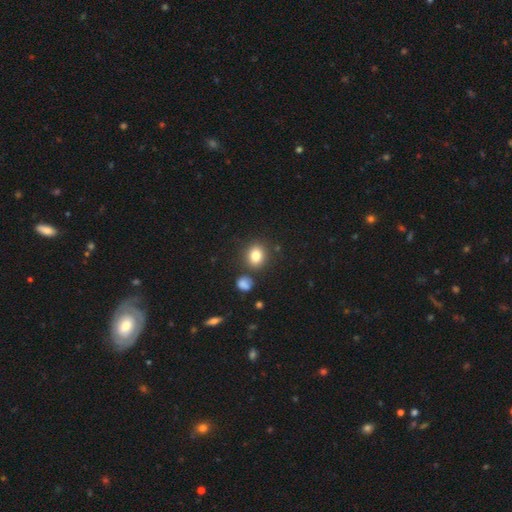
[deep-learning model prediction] This is clearly a smooth galaxy (83%). How rounded: likely round (61%). Merging: likely none (79%).